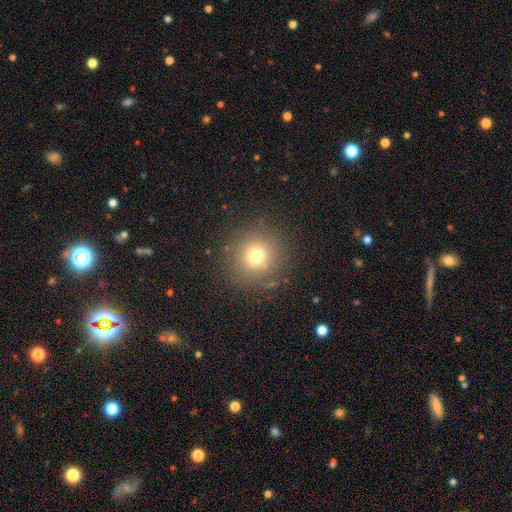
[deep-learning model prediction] Smooth or featured? smooth (71%)
How rounded? round (95%)
Merging? none (87%)